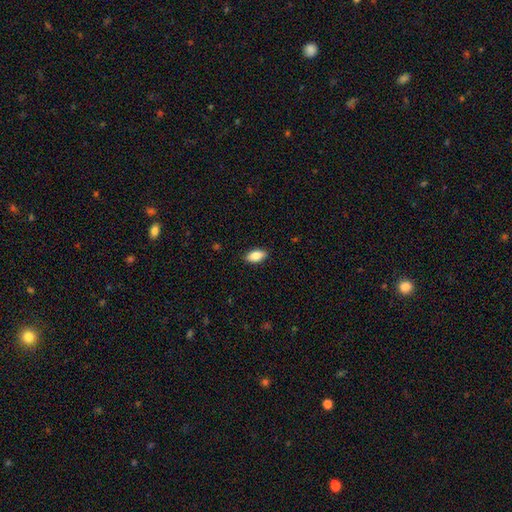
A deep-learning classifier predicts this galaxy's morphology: The model was most divided on "smooth or featured": smooth: 83%, featured or disk: 10%, star or artifact: 7%. More confident: how rounded — in between (90%); merging — none (89%).